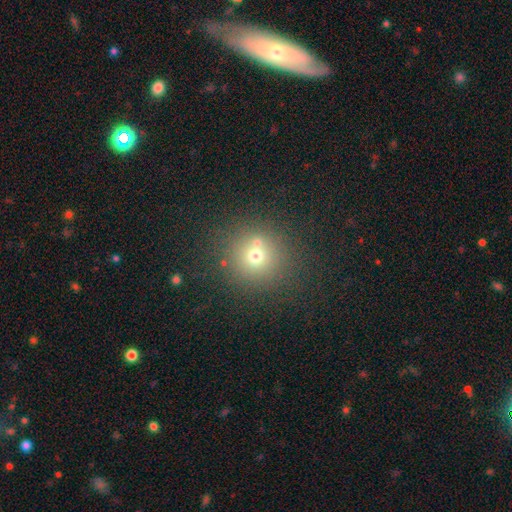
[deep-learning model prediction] A smooth galaxy with no disk features (66%) that is round (91%).

Vote fractions:
- Smooth or featured? smooth: 66% / star or artifact: 20% / featured or disk: 15%
- How rounded? round: 91% / in between: 8% / cigar-shaped: 1%
- Merging? none: 68% / merger: 20% / minor disturbance: 8% / major disturbance: 4%